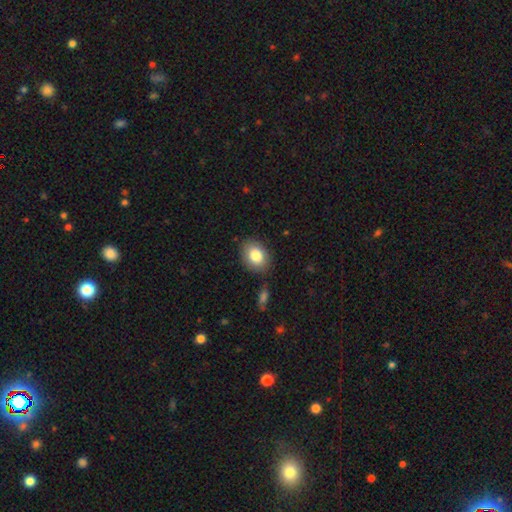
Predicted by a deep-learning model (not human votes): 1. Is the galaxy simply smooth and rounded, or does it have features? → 83% smooth, 9% featured or disk, 8% star or artifact.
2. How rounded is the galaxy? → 69% in between, 30% round, 1% cigar-shaped.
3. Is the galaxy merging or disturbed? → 83% none, 11% minor disturbance, 3% merger, 3% major disturbance.